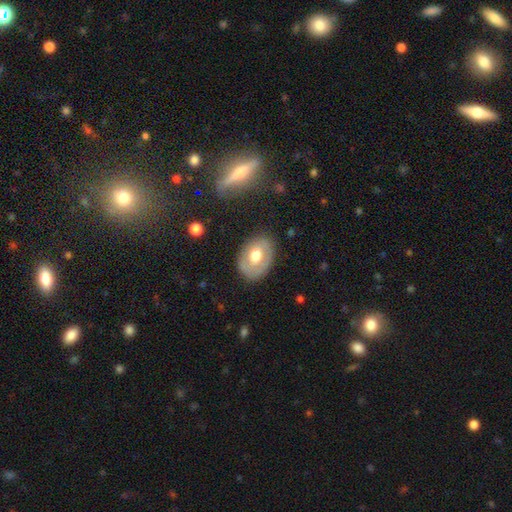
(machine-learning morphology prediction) The model was most divided on "smooth or featured": smooth: 54%, featured or disk: 39%, star or artifact: 7%. More confident: how rounded — in between (77%); merging — none (77%).